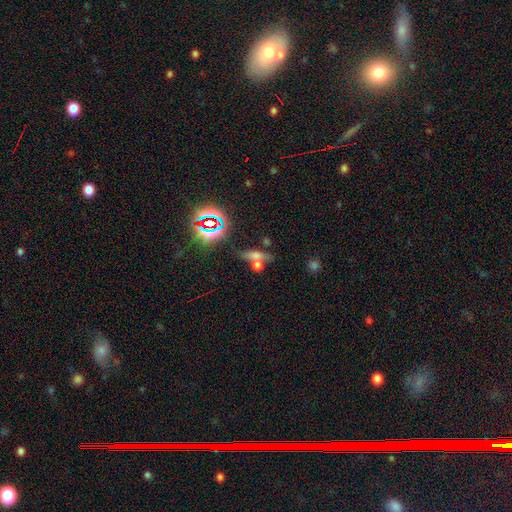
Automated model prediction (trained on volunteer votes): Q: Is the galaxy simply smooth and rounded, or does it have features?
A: smooth — 40%.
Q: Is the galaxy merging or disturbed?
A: none — 47%.